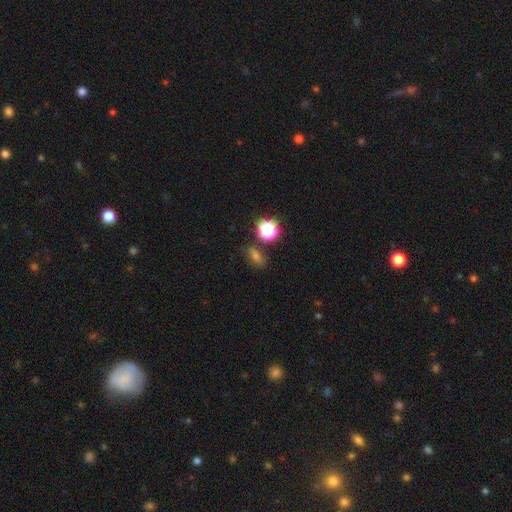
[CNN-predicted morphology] Q: Smooth or featured?
A: smooth (60%); runner-up: star or artifact (29%)
Q: How rounded?
A: in between (63%); runner-up: round (28%)
Q: Merging?
A: none (75%); runner-up: minor disturbance (13%)